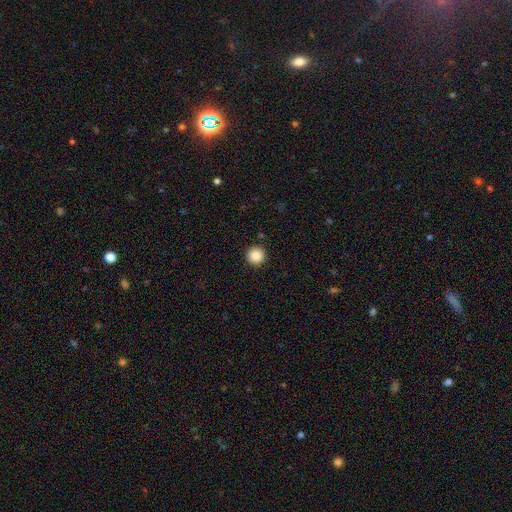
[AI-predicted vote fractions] This appears to be a smooth galaxy with no disk features (88%) that is round (96%). Merging: none (92%).